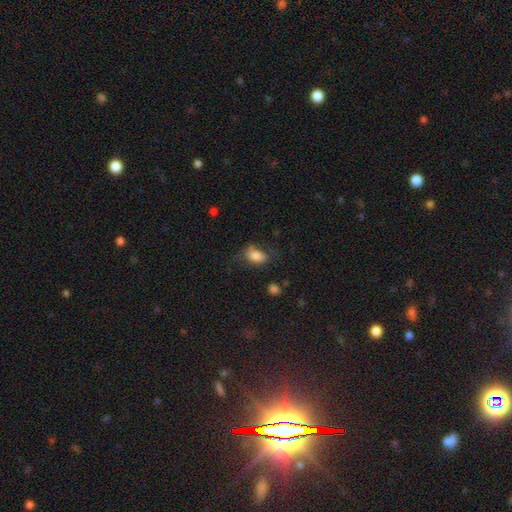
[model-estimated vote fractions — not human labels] Morphology: type=smooth (81%); roundness=in between (85%); merging=none (56%).